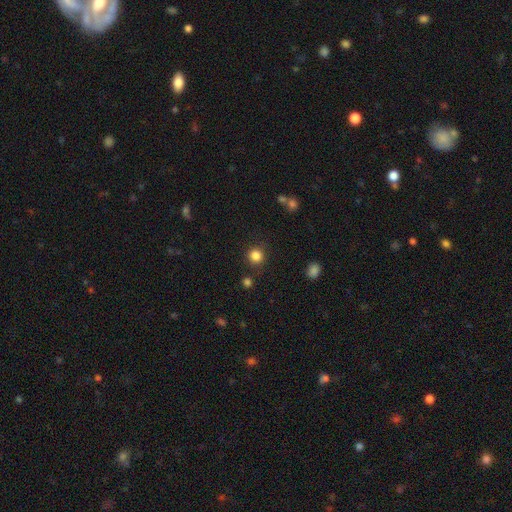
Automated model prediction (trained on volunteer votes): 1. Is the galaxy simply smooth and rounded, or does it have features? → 84% smooth, 12% star or artifact, 4% featured or disk.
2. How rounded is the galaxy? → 93% round, 6% in between, 1% cigar-shaped.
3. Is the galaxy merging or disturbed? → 87% none, 7% minor disturbance, 3% merger, 3% major disturbance.